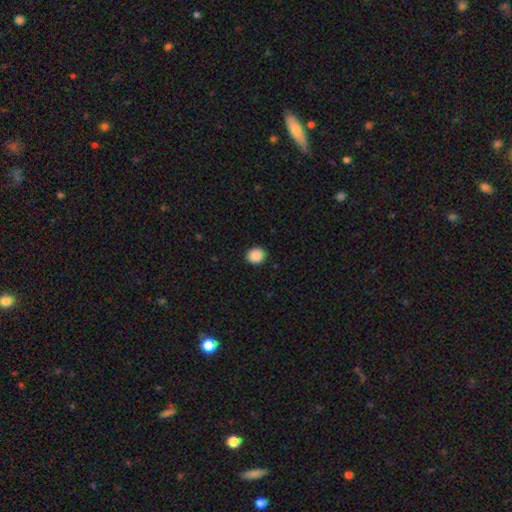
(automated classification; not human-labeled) Smooth or featured: smooth — 89% (star or artifact — 8%)
How rounded: round — 86% (in between — 14%)
Merging: none — 92% (minor disturbance — 5%)